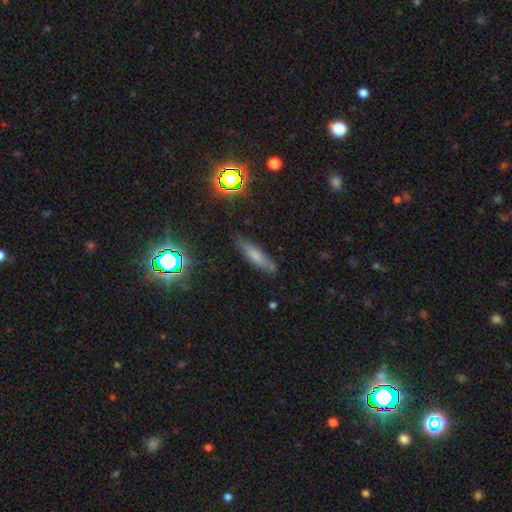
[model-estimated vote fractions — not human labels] The model was most divided on "smooth or featured": smooth: 65%, featured or disk: 22%, star or artifact: 14%. More confident: merging — none (82%); how rounded — cigar-shaped (71%).